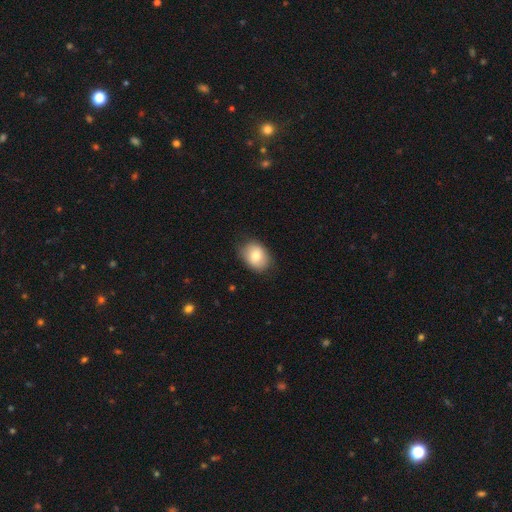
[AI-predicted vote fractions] A smooth galaxy with no disk features (78%) that is in between round and cigar-shaped (60%). Merging: none (82%).